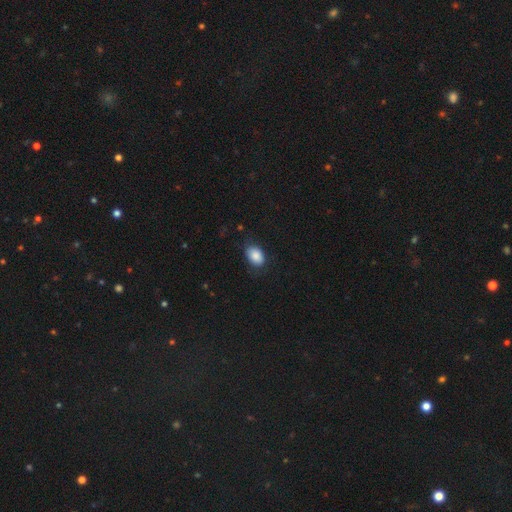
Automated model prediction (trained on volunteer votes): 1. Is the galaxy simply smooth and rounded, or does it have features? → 86% smooth, 7% star or artifact, 6% featured or disk.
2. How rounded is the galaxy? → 80% in between, 19% round, 1% cigar-shaped.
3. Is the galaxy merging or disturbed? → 76% none, 18% minor disturbance, 5% major disturbance, 1% merger.